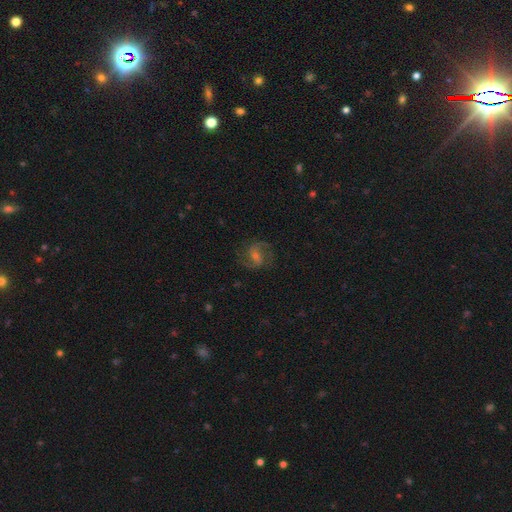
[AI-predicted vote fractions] A featured or disk galaxy (77%) with a weak bar (50%), 2 (86%) medium (57%) spiral arms (95%) and a small central bulge (50%). Merging: none (79%).